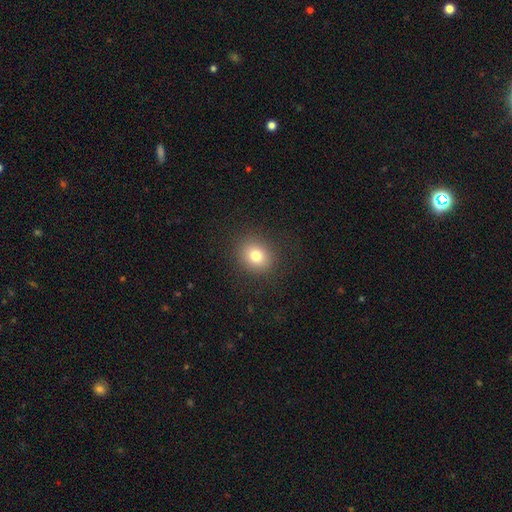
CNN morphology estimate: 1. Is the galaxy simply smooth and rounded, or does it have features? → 78% smooth, 12% star or artifact, 10% featured or disk.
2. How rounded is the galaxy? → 69% round, 30% in between, 1% cigar-shaped.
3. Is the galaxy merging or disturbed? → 89% none, 7% minor disturbance, 3% major disturbance, 1% merger.